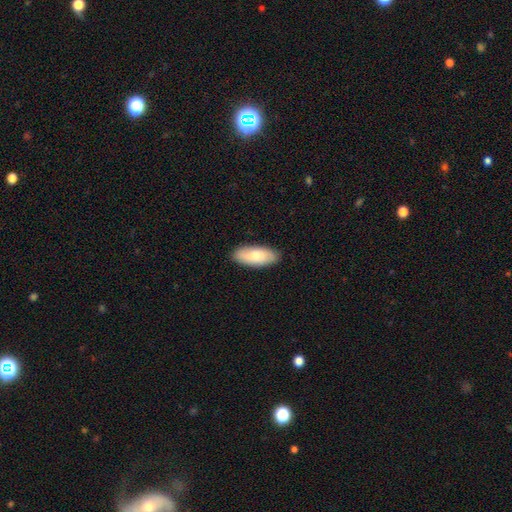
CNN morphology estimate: The model was most divided on "smooth or featured": smooth: 75%, featured or disk: 19%, star or artifact: 5%. More confident: merging — none (88%); how rounded — in between (85%).